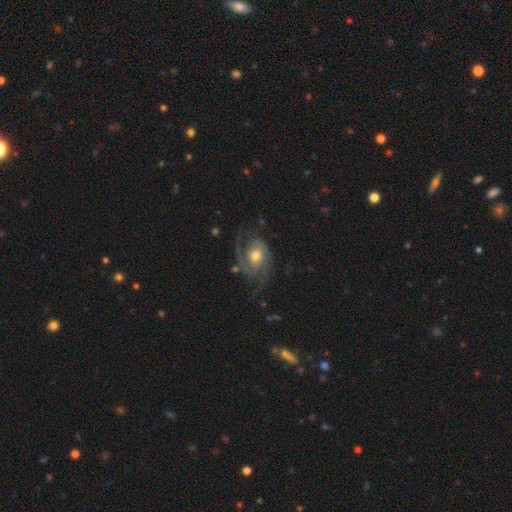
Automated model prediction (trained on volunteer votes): A featured or disk galaxy (83%) with no bar (69%), 2 (53%) medium (47%) spiral arms (94%) and a moderate central bulge (71%). Merging: none (60%).